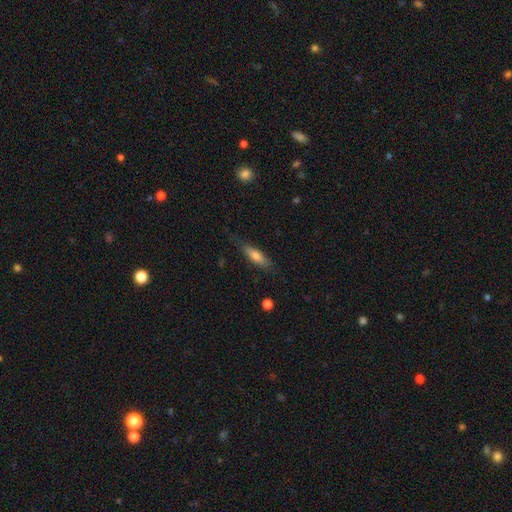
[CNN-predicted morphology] Smooth or featured: smooth — 65% (featured or disk — 29%)
How rounded: cigar-shaped — 63% (in between — 35%)
Merging: none — 75% (minor disturbance — 19%)